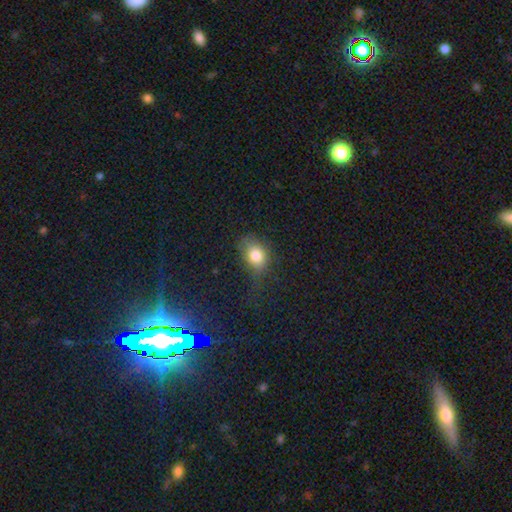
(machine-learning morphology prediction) Overall: smooth (80%). How rounded: in between (64%; round 34%). Merging: none (53%; minor disturbance 29%).